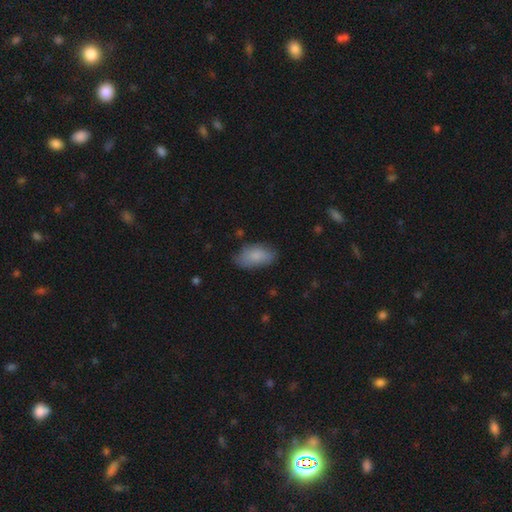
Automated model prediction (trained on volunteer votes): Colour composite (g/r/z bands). It shows a smooth galaxy with no disk features (84%) that is in between round and cigar-shaped (93%). Merging: none (74%).